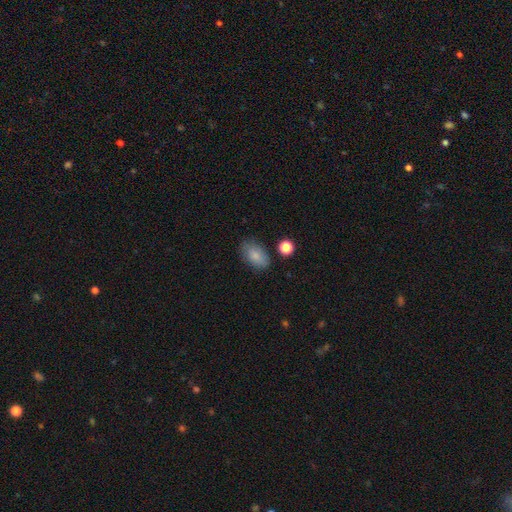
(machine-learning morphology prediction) Smooth or featured? Predicted: smooth (p=0.83). How rounded? Predicted: in between (p=0.90). Merging? Predicted: none (p=0.77).